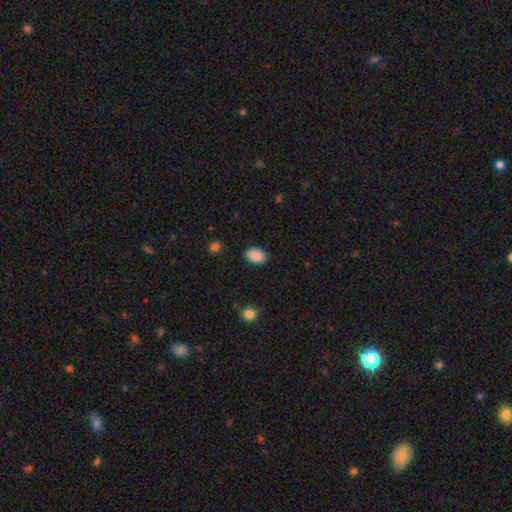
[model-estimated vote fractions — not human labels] Smooth or featured: smooth — 89% (star or artifact — 7%)
How rounded: in between — 86% (round — 13%)
Merging: none — 86% (minor disturbance — 10%)